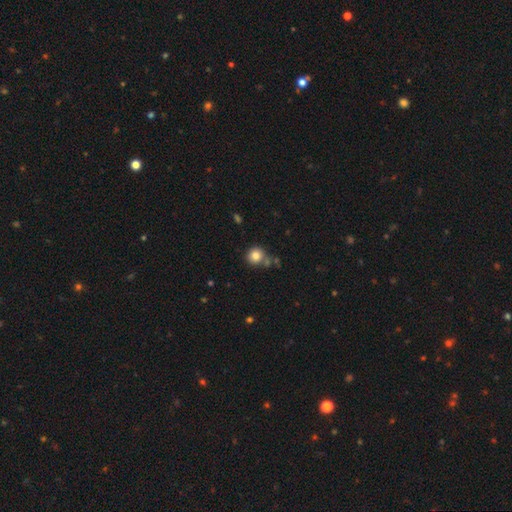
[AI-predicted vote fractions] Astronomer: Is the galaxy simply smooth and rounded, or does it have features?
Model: smooth — 81%.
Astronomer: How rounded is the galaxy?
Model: round — 91%.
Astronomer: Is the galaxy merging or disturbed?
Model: none — 71%.